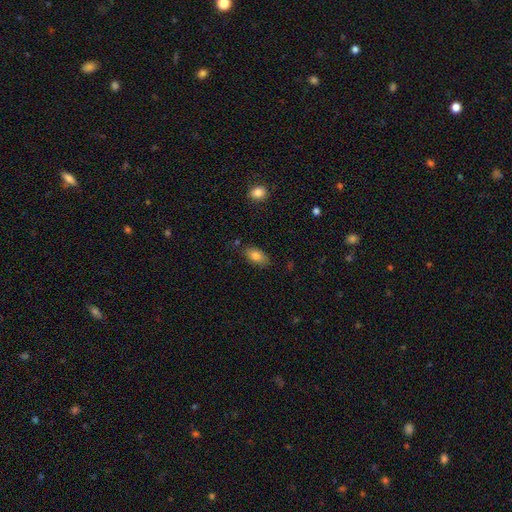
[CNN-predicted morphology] Smooth or featured: smooth — 79% (featured or disk — 13%)
How rounded: in between — 91% (round — 6%)
Merging: none — 79% (minor disturbance — 15%)